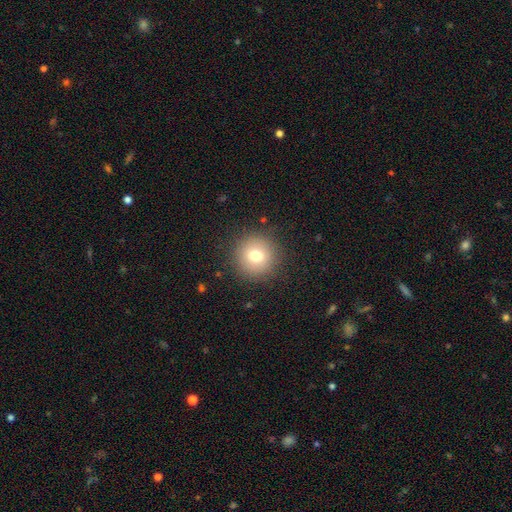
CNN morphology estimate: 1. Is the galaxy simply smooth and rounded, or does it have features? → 74% smooth, 13% featured or disk, 13% star or artifact.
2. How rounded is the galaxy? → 95% round, 4% in between, 1% cigar-shaped.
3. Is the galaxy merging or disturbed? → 89% none, 6% minor disturbance, 3% major disturbance, 1% merger.